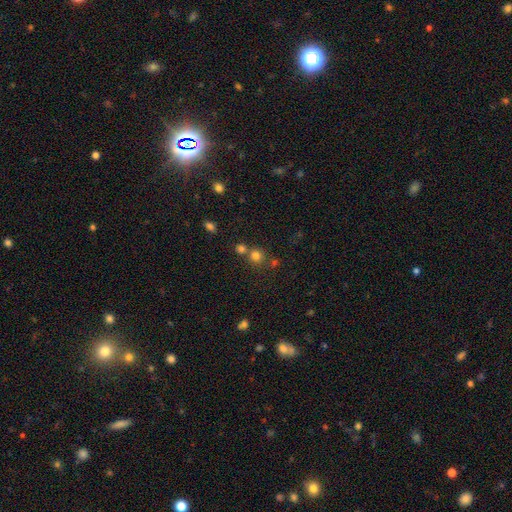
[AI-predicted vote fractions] Smooth or featured? smooth (76%)
How rounded? round (90%)
Merging? none (62%)